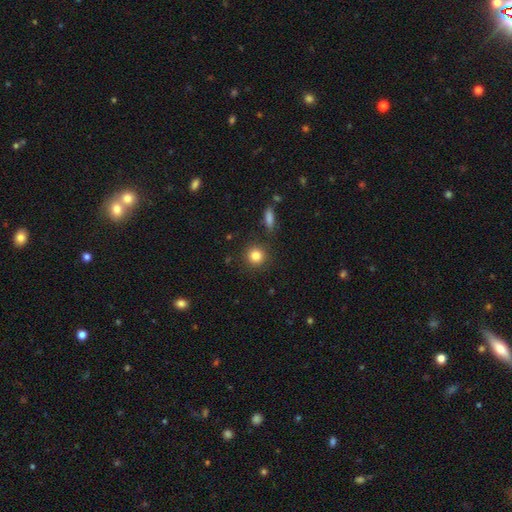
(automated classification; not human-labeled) Smooth or featured: smooth — 84% (star or artifact — 10%)
How rounded: round — 91% (in between — 8%)
Merging: none — 87% (minor disturbance — 7%)